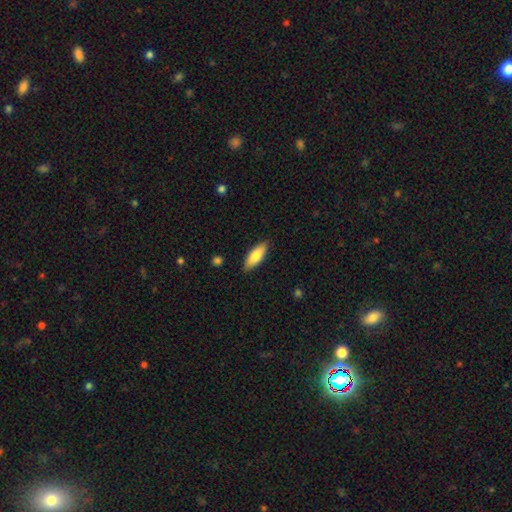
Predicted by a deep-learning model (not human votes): smooth 81%, featured or disk 14%, star or artifact 6%. Down the decision tree: how rounded — in between (70%); merging — none (87%).